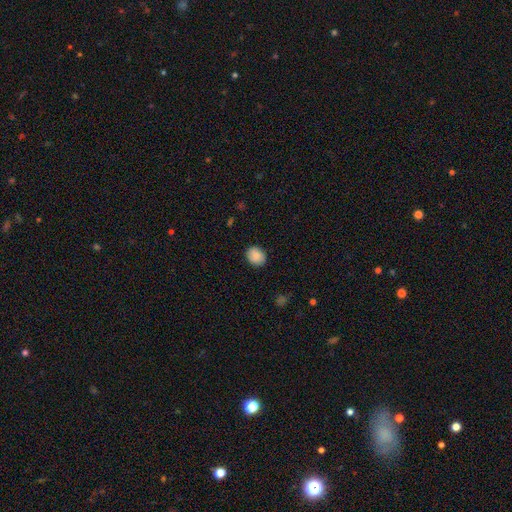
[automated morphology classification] smooth_or_featured: smooth (p=0.89) [alt: star or artifact p=0.08]
how_rounded: round (p=0.59) [alt: in between p=0.40]
merging: none (p=0.87) [alt: minor disturbance p=0.10]